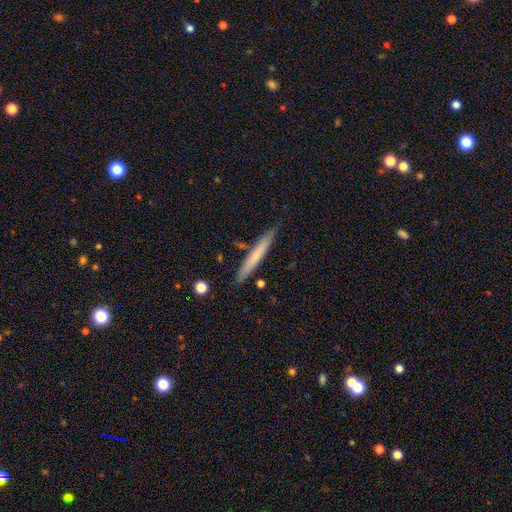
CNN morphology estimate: smooth-or-featured: smooth: 61% | featured or disk: 33% | star or artifact: 6%
  how-rounded: cigar-shaped: 95% | in between: 3% | round: 1%
  merging: none: 83% | minor disturbance: 11% | merger: 3% | major disturbance: 2%